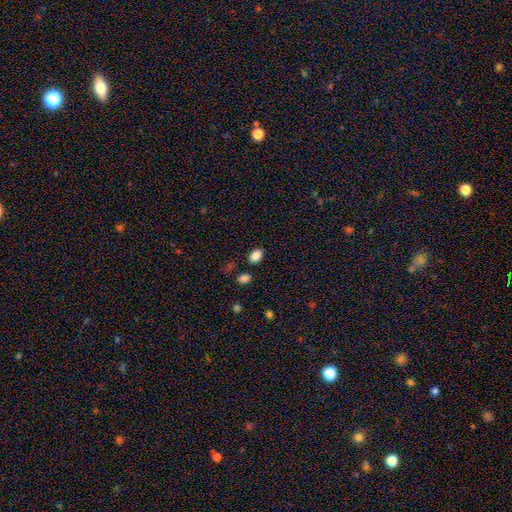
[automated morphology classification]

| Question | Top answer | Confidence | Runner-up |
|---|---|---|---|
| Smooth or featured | smooth | 87% | star or artifact (10%) |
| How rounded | in between | 79% | round (20%) |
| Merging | none | 84% | minor disturbance (10%) |